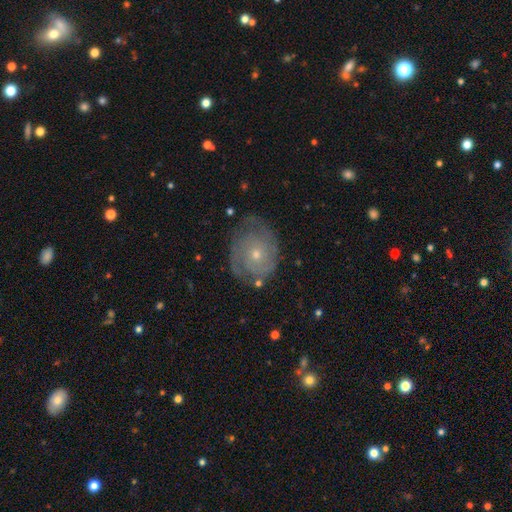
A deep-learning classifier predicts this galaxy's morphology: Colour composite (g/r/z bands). It shows a featured or disk galaxy (74%) with no bar (83%), tight (67%) spiral arms (88%) and a small central bulge (63%). Merging: none (70%).